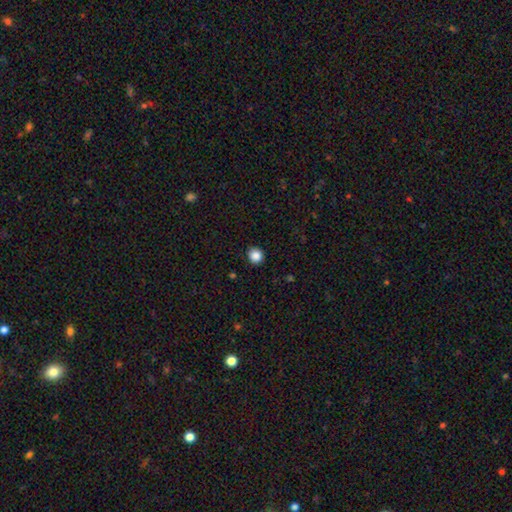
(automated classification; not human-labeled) Smooth or featured?
  - smooth: 86% *
  - star or artifact: 10%
  - featured or disk: 3%
How rounded?
  - round: 90% *
  - in between: 9%
  - cigar-shaped: 1%
Merging?
  - none: 91% *
  - minor disturbance: 6%
  - major disturbance: 2%
  - merger: 1%